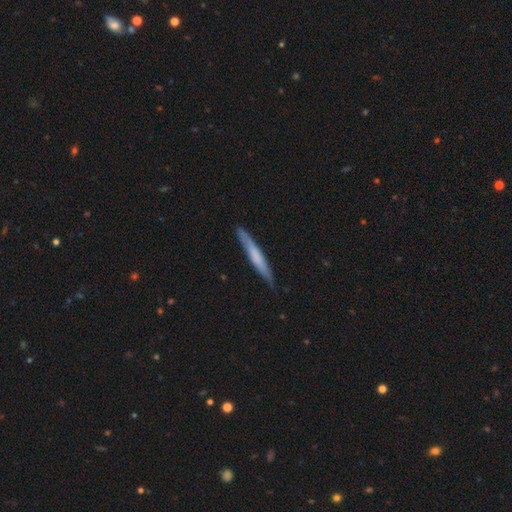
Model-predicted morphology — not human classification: smooth 52%, featured or disk 43%, star or artifact 5%. Down the decision tree: how rounded — cigar-shaped (96%); merging — none (85%).